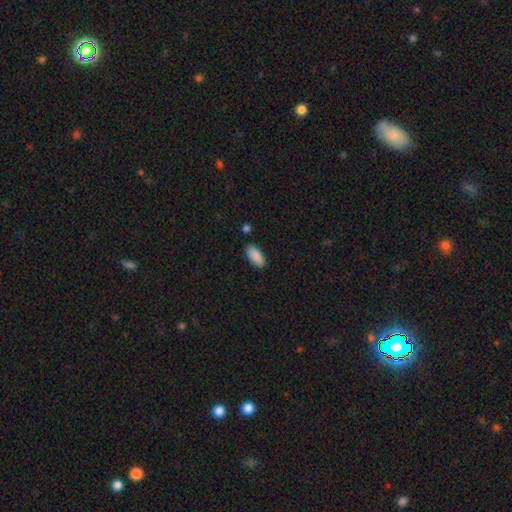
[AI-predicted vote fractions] smooth 90%, star or artifact 6%, featured or disk 4%. Down the decision tree: how rounded — in between (87%); merging — none (85%).